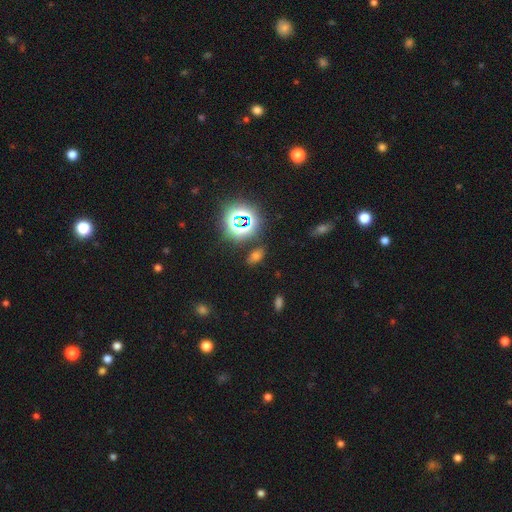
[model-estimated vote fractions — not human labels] smooth 52%, star or artifact 38%, featured or disk 9%. Down the decision tree: how rounded — in between (83%); merging — none (81%).